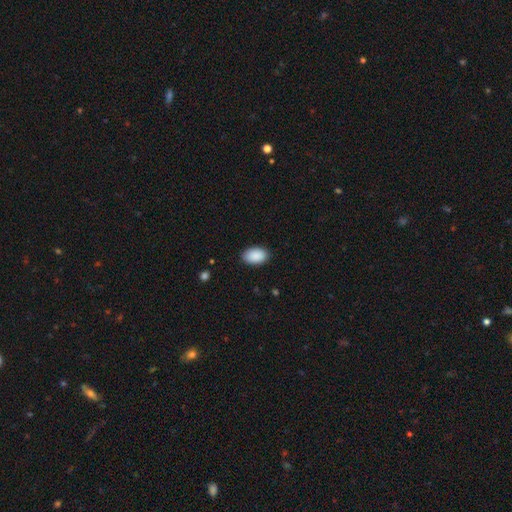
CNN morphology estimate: The model was most divided on "merging": none: 88%, minor disturbance: 9%, major disturbance: 2%, merger: 1%. More confident: how rounded — in between (93%); smooth or featured — smooth (91%).